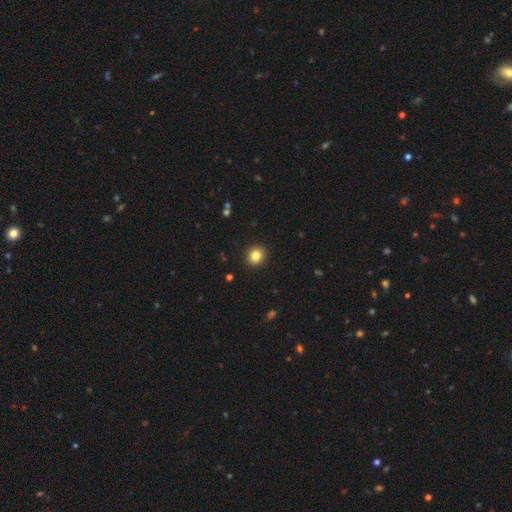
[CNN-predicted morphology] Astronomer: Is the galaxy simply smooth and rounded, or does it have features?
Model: smooth — 83%.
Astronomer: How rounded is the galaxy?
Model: round — 88%.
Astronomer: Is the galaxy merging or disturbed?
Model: none — 92%.